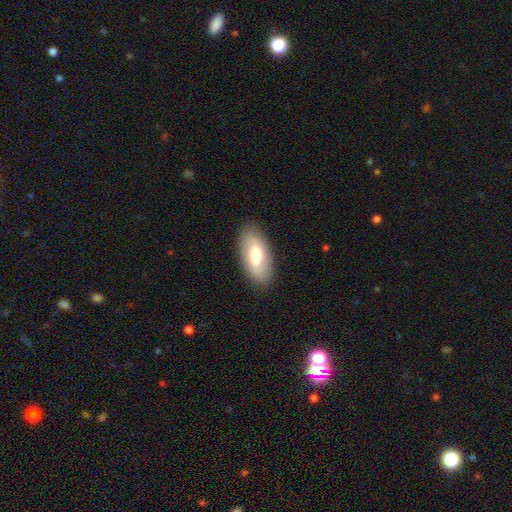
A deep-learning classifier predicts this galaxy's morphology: A smooth galaxy with no disk features (66%) that is in between round and cigar-shaped (89%). Merging: none (87%).